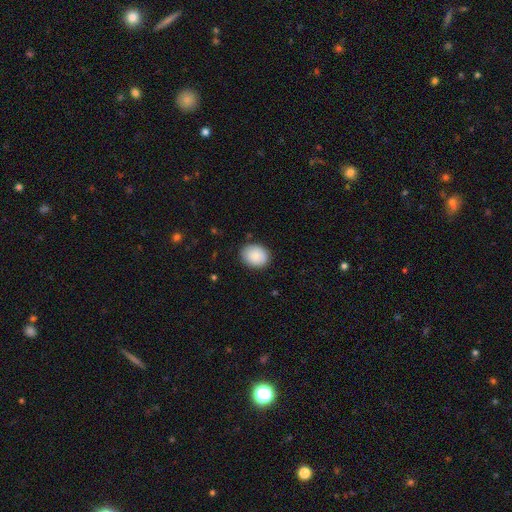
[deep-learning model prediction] smooth_or_featured: smooth (p=0.89) [alt: star or artifact p=0.07]
how_rounded: in between (p=0.57) [alt: round p=0.42]
merging: none (p=0.86) [alt: minor disturbance p=0.11]